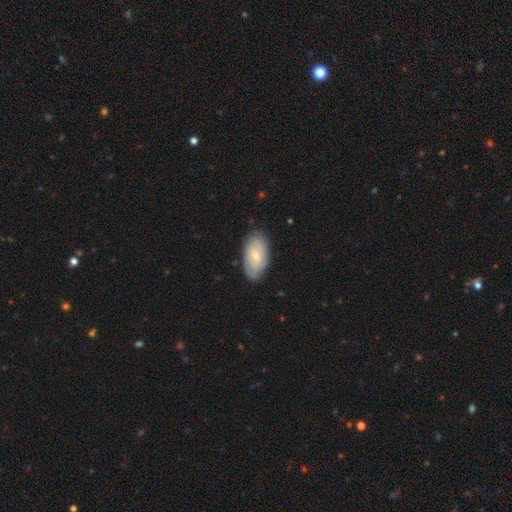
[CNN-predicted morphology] Smooth or featured? smooth (57%)
How rounded? in between (94%)
Merging? none (78%)